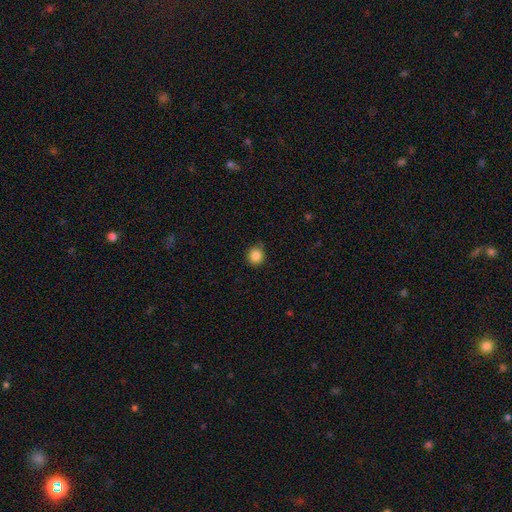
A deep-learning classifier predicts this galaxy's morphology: A smooth galaxy with no disk features (86%) that is round (92%). Merging: none (85%).